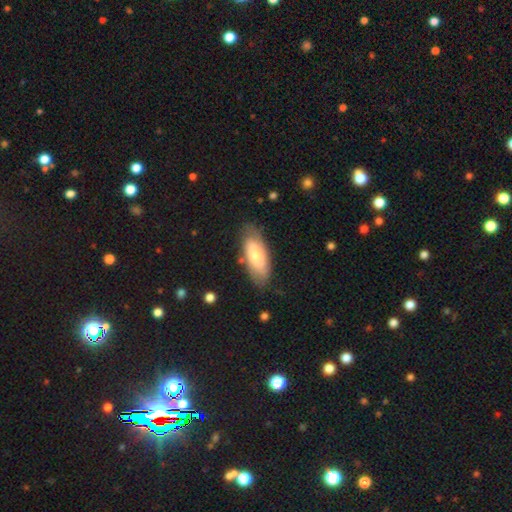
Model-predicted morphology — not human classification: smooth 57%, featured or disk 37%, star or artifact 6%. Down the decision tree: how rounded — in between (81%); merging — none (74%).